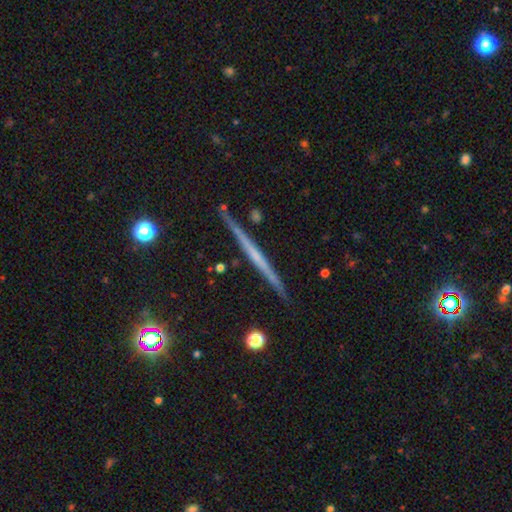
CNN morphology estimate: smooth_or_featured: featured or disk (p=0.67) [alt: smooth p=0.25]
disk_edge_on: yes (p=0.98) [alt: no p=0.02]
edge_on_bulge: none (p=0.81) [alt: rounded p=0.14]
merging: none (p=0.90) [alt: minor disturbance p=0.07]